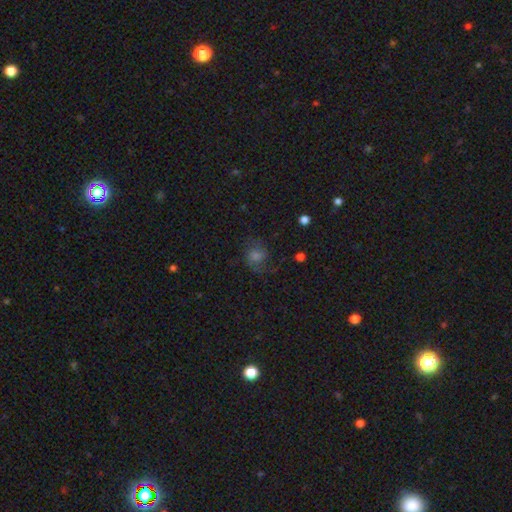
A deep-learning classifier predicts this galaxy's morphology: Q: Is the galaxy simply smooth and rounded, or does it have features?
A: featured or disk — 43%.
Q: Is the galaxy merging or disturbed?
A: none — 65%.